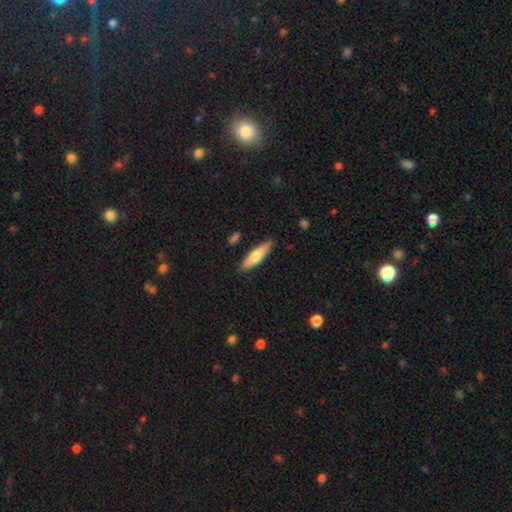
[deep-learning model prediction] smooth_or_featured: smooth (p=0.66) [alt: featured or disk p=0.28]
how_rounded: cigar-shaped (p=0.68) [alt: in between p=0.30]
merging: none (p=0.84) [alt: minor disturbance p=0.11]